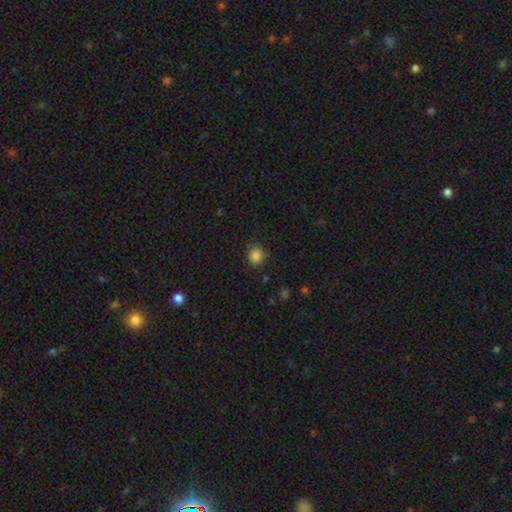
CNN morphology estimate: A smooth galaxy with no disk features (85%) that is round (75%). Merging: none (85%).